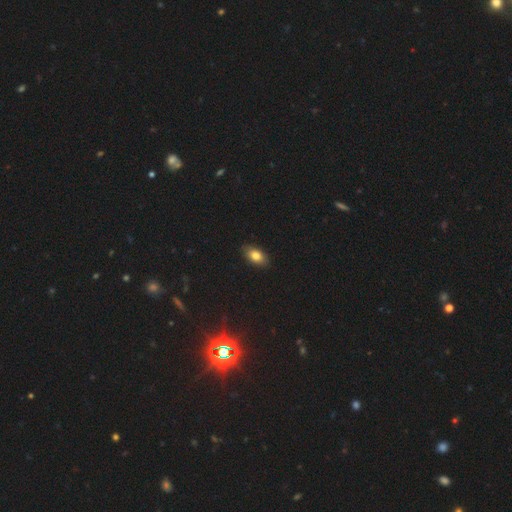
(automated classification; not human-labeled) This is clearly a smooth galaxy (82%). How rounded: clearly in between (90%). Merging: clearly none (87%).